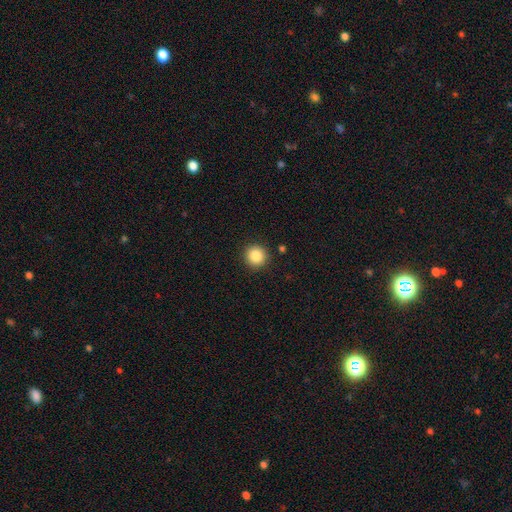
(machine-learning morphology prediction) Smooth or featured: smooth — 87% (star or artifact — 9%)
How rounded: round — 94% (in between — 5%)
Merging: none — 91% (minor disturbance — 6%)